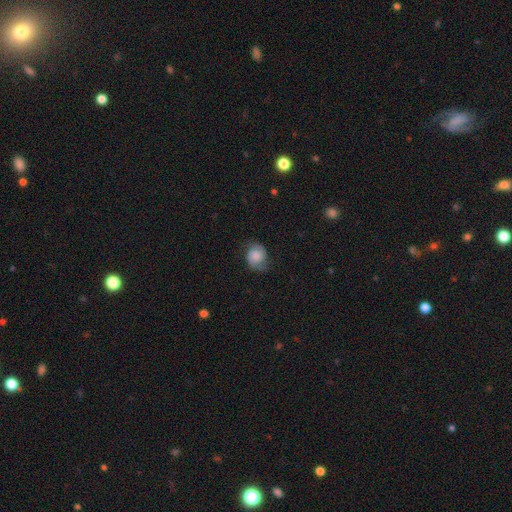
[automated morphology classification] A smooth galaxy with no disk features (47%).

Vote fractions:
- Smooth or featured? smooth: 47% / featured or disk: 43% / star or artifact: 10%
- Merging? none: 69% / minor disturbance: 21% / major disturbance: 9% / merger: 1%